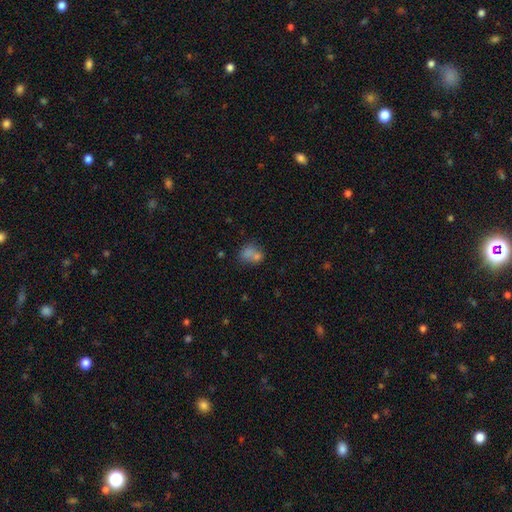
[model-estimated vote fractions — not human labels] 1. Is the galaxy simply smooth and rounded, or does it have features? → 71% smooth, 15% star or artifact, 14% featured or disk.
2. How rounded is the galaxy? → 59% round, 39% in between, 1% cigar-shaped.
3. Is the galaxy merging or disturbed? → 47% merger, 37% none, 10% minor disturbance, 5% major disturbance.